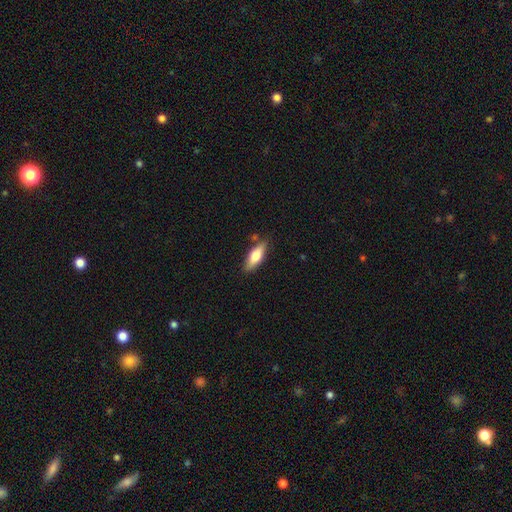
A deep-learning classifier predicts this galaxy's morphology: The model was most divided on "how rounded": in between: 59%, cigar-shaped: 39%, round: 3%. More confident: merging — none (79%); smooth or featured — smooth (65%).